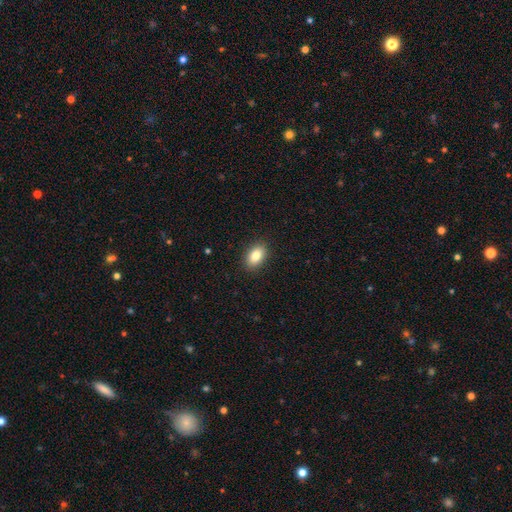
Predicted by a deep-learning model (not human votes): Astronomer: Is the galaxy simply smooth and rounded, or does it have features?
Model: smooth — 84%.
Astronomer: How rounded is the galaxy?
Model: in between — 89%.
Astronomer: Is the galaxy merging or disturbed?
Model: none — 89%.